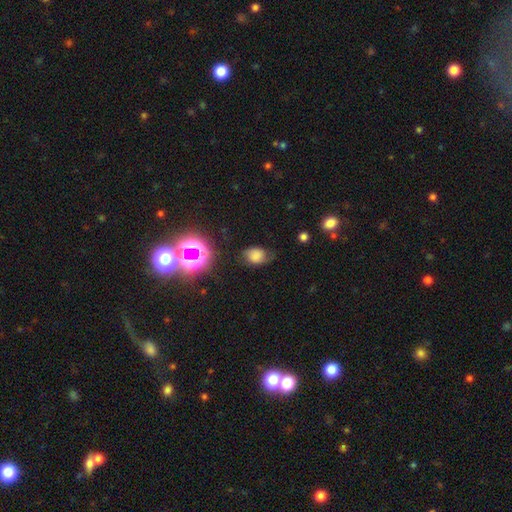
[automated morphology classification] A smooth galaxy with no disk features (66%) that is in between round and cigar-shaped (65%).

Vote fractions:
- Smooth or featured? smooth: 66% / star or artifact: 19% / featured or disk: 15%
- How rounded? in between: 65% / round: 34% / cigar-shaped: 1%
- Merging? none: 58% / minor disturbance: 29% / major disturbance: 11% / merger: 2%